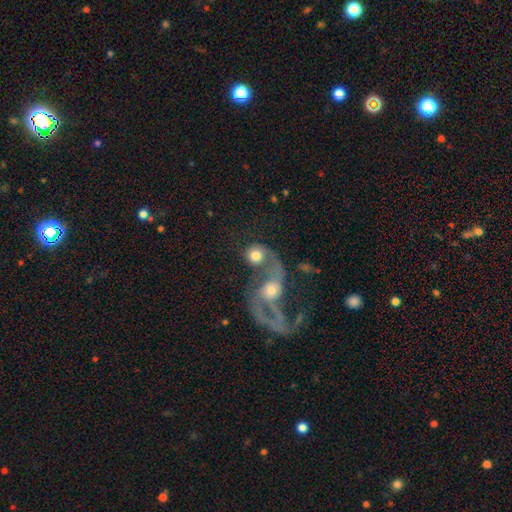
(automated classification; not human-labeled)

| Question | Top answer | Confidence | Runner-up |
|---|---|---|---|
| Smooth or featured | smooth | 57% | featured or disk (34%) |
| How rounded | round | 77% | in between (21%) |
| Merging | merger | 64% | none (17%) |